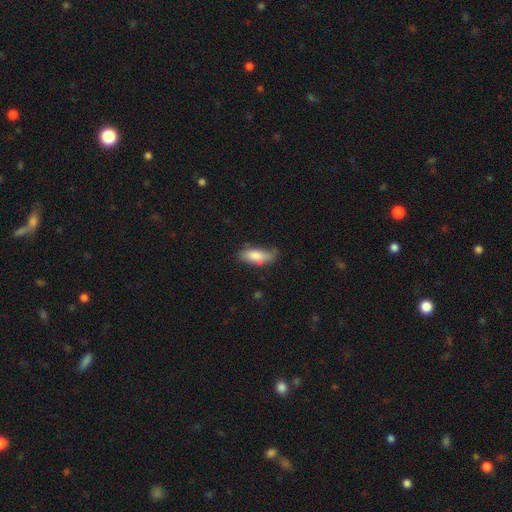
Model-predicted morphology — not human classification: Smooth or featured? Predicted: smooth (p=0.81). How rounded? Predicted: in between (p=0.76). Merging? Predicted: none (p=0.58).